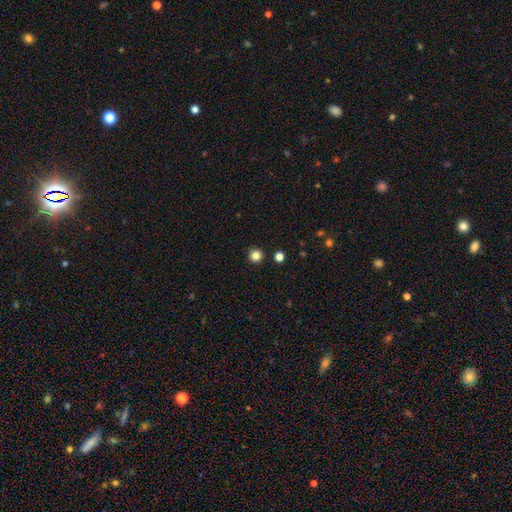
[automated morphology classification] This is clearly a smooth galaxy (83%). How rounded: clearly round (96%). Merging: clearly none (92%).